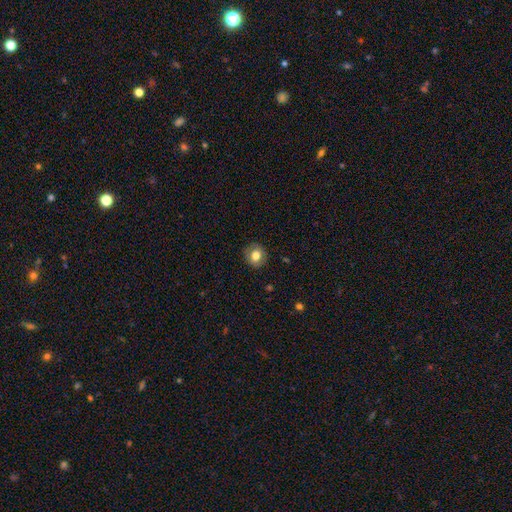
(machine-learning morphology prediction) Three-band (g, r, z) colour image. It shows a smooth galaxy with no disk features (74%) that is round (75%). Merging: none (86%).